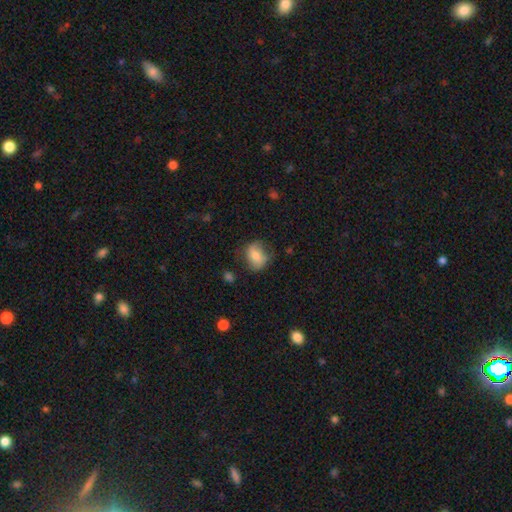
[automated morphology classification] Smooth or featured? Predicted: smooth (p=0.72). How rounded? Predicted: in between (p=0.62). Merging? Predicted: none (p=0.62).